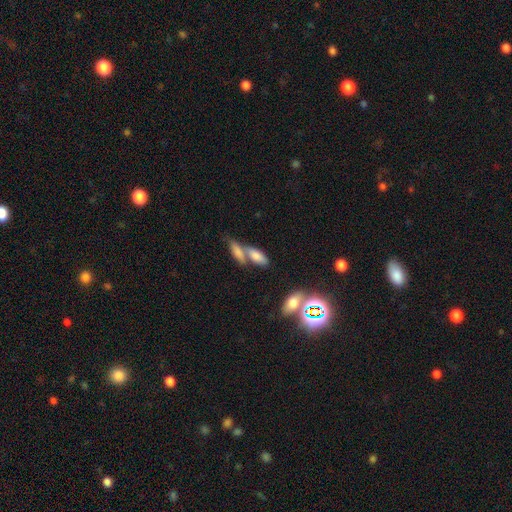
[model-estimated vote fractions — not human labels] This appears to be a smooth galaxy with no disk features (71%) that is in between round and cigar-shaped (70%). Merging: merger (53%).